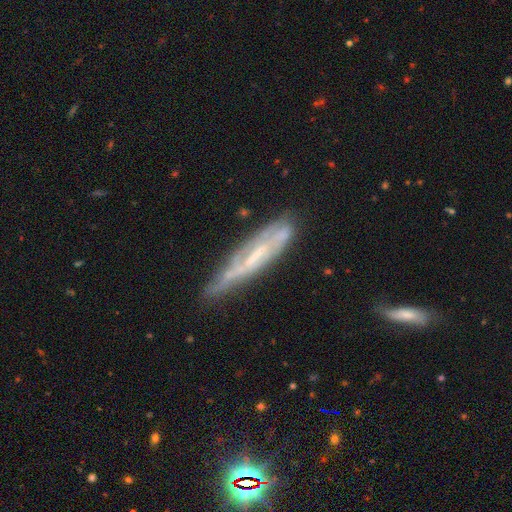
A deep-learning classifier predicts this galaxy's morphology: Smooth or featured?
  - featured or disk: 70% *
  - smooth: 22%
  - star or artifact: 8%
Edge-on disk?
  - yes: 56% *
  - no: 44%
Merging?
  - none: 57% *
  - minor disturbance: 29%
  - major disturbance: 10%
  - merger: 4%